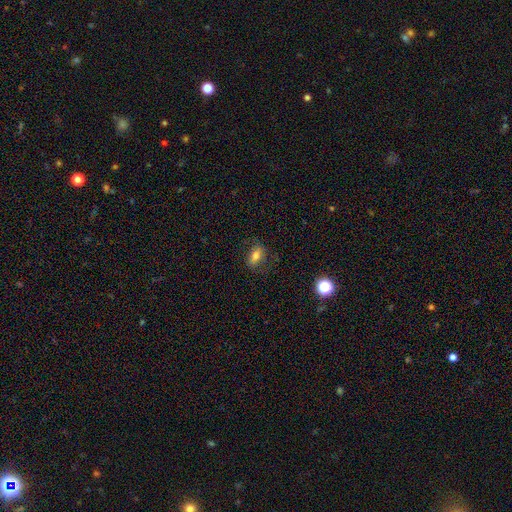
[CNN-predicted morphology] smooth-or-featured: smooth: 71% | featured or disk: 19% | star or artifact: 11%
  how-rounded: in between: 81% | round: 13% | cigar-shaped: 6%
  merging: none: 77% | minor disturbance: 16% | major disturbance: 6% | merger: 1%